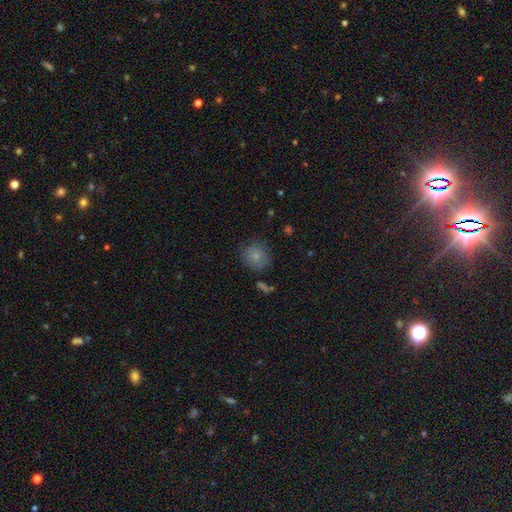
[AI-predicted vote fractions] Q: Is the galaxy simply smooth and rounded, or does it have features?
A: smooth — 80%.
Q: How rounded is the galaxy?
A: round — 83%.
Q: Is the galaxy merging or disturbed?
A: none — 74%.